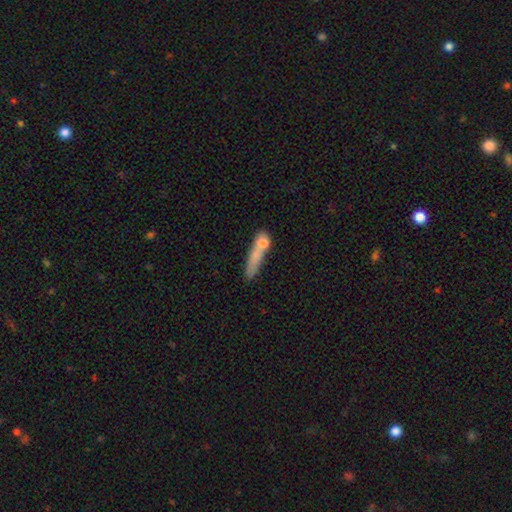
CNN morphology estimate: Overall: smooth (66%). How rounded: cigar-shaped (70%). Merging: none (40%; merger 28%).